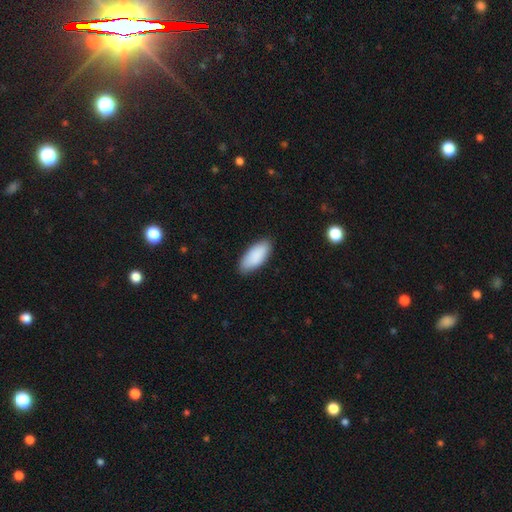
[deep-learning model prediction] A smooth galaxy with no disk features (90%) that is in between round and cigar-shaped (87%). Merging: none (87%).